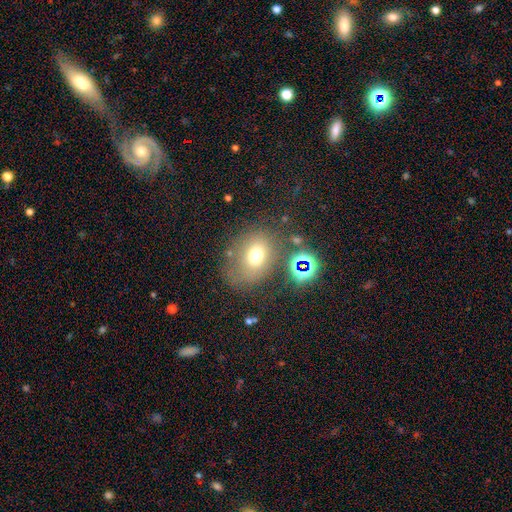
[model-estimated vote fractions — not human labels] smooth_or_featured: smooth (p=0.67) [alt: star or artifact p=0.17]
how_rounded: in between (p=0.54) [alt: round p=0.45]
merging: none (p=0.63) [alt: minor disturbance p=0.18]